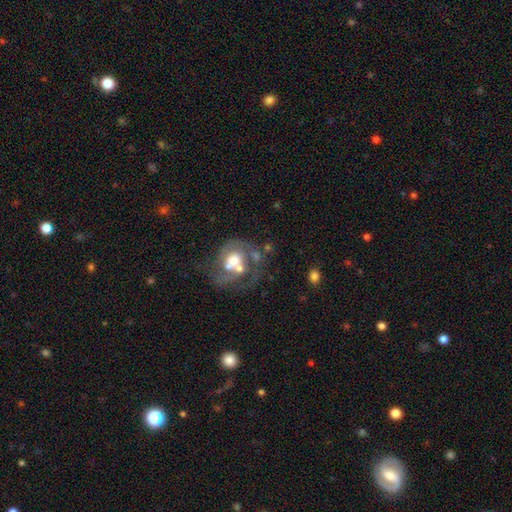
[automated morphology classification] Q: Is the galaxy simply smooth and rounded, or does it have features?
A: featured or disk — 70%.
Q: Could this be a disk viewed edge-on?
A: no — 97%.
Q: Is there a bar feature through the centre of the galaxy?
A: no — 74%.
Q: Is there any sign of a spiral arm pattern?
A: yes — 71%.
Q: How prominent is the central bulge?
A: moderate — 60%.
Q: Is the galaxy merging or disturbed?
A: merger — 40%.